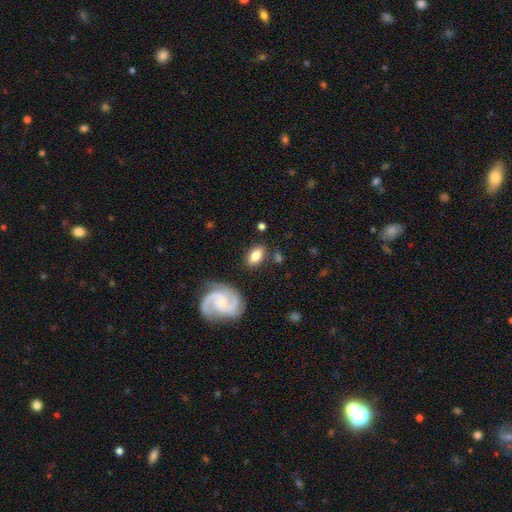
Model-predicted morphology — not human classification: This is likely a smooth galaxy (69%). How rounded: clearly in between (88%). Merging: likely none (79%).